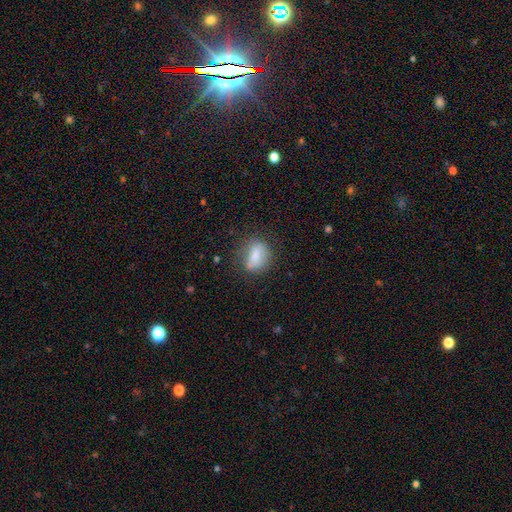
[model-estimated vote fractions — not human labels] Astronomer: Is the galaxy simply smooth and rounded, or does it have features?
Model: smooth — 73%.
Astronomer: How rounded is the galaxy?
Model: in between — 67%.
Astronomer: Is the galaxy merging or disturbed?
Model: none — 61%.